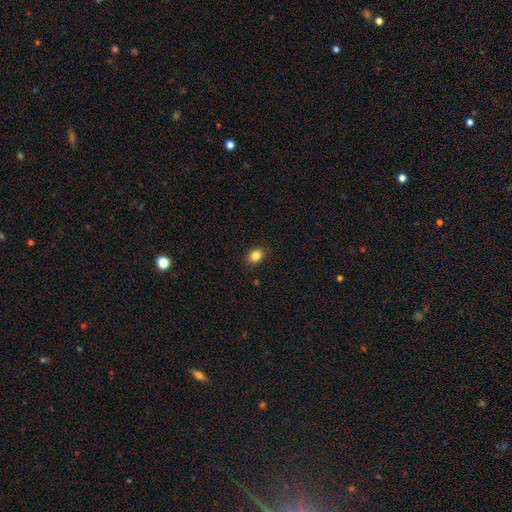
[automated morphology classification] Smooth or featured? Predicted: smooth (p=0.85). How rounded? Predicted: in between (p=0.54). Merging? Predicted: none (p=0.88).